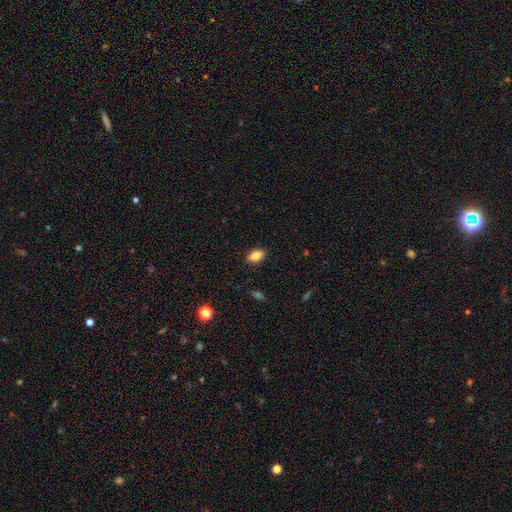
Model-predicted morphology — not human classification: A smooth galaxy with no disk features (85%) that is in between round and cigar-shaped (89%).

Vote fractions:
- Smooth or featured? smooth: 85% / star or artifact: 8% / featured or disk: 7%
- How rounded? in between: 89% / round: 7% / cigar-shaped: 4%
- Merging? none: 87% / minor disturbance: 9% / major disturbance: 2% / merger: 1%